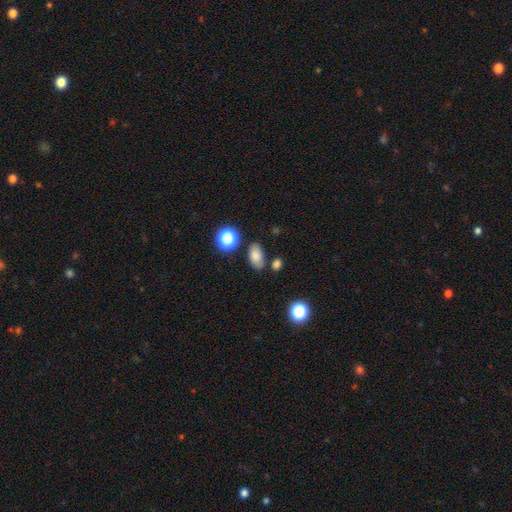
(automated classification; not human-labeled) This appears to be a smooth galaxy with no disk features (81%) that is in between round and cigar-shaped (88%). Merging: none (73%).